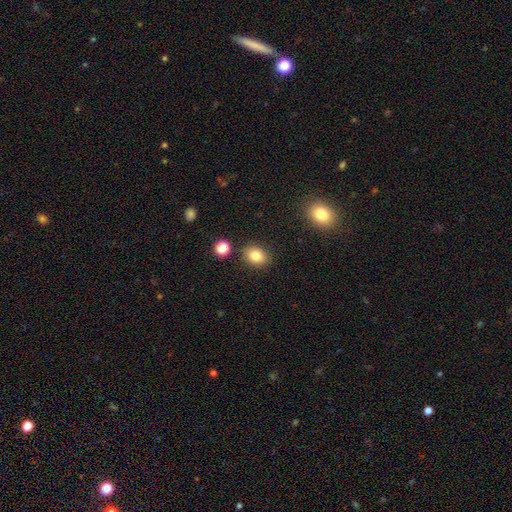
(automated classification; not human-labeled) A smooth galaxy with no disk features (83%) that is in between round and cigar-shaped (60%). Merging: none (85%).